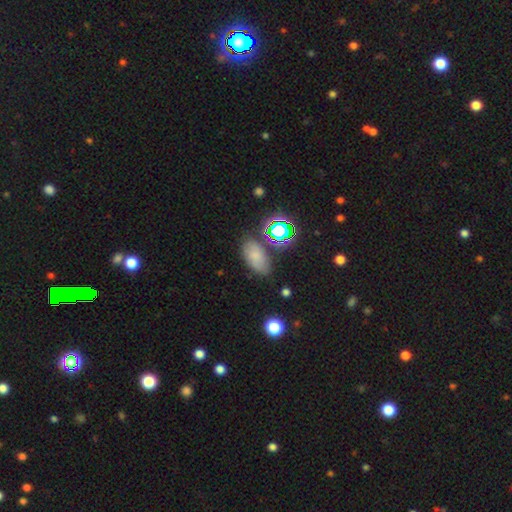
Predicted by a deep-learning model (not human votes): smooth_or_featured: smooth (p=0.66) [alt: star or artifact p=0.21]
how_rounded: in between (p=0.88) [alt: round p=0.09]
merging: none (p=0.71) [alt: minor disturbance p=0.16]